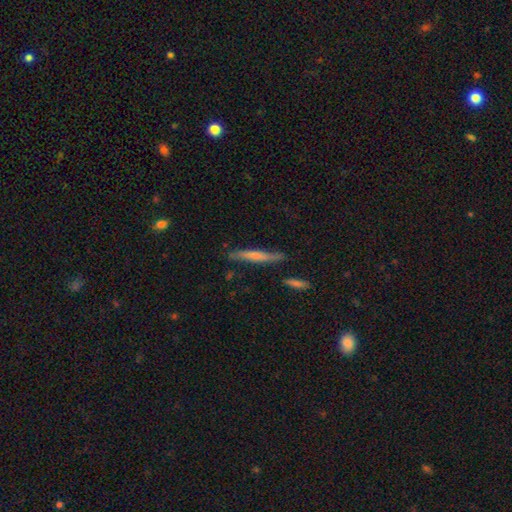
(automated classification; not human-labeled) Q: Smooth or featured?
A: smooth (50%); runner-up: featured or disk (43%)
Q: How rounded?
A: cigar-shaped (93%); runner-up: in between (5%)
Q: Merging?
A: none (78%); runner-up: minor disturbance (15%)